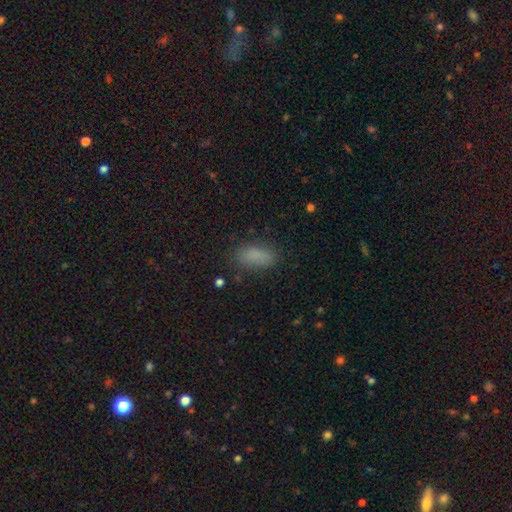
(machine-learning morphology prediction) Smooth or featured? Predicted: smooth (p=0.85). How rounded? Predicted: in between (p=0.84). Merging? Predicted: none (p=0.80).